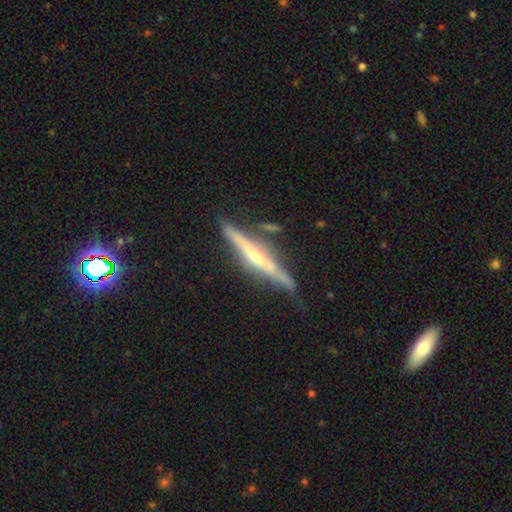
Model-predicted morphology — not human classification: Q: Smooth or featured?
A: featured or disk (77%); runner-up: smooth (17%)
Q: Edge-on disk?
A: yes (96%); runner-up: no (4%)
Q: Edge-on bulge?
A: rounded (67%); runner-up: none (22%)
Q: Merging?
A: none (72%); runner-up: minor disturbance (18%)